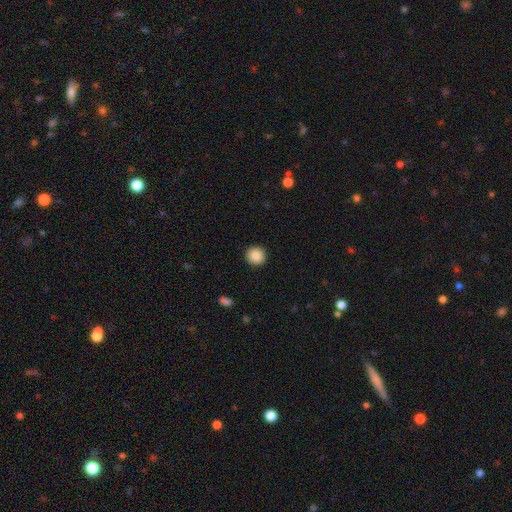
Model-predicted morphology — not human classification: smooth-or-featured: smooth: 89% | star or artifact: 8% | featured or disk: 3%
  how-rounded: round: 94% | in between: 5% | cigar-shaped: 1%
  merging: none: 92% | minor disturbance: 5% | major disturbance: 2% | merger: 1%